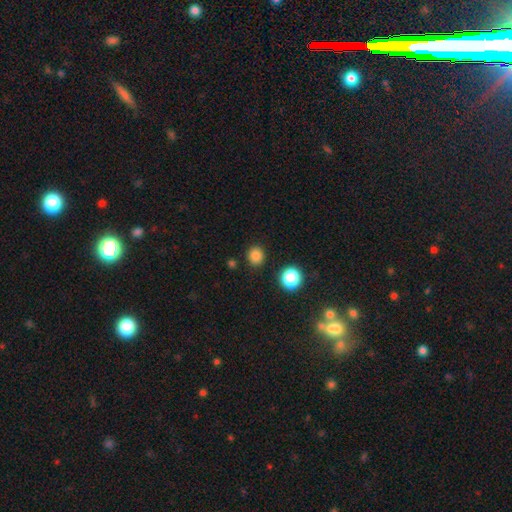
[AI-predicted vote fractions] Morphology: type=smooth (83%); roundness=round (84%); merging=none (88%).